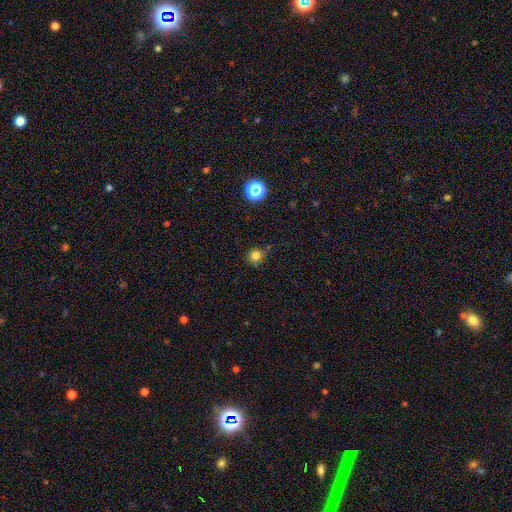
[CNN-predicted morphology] Smooth or featured?
  - smooth: 78% *
  - star or artifact: 16%
  - featured or disk: 7%
How rounded?
  - round: 84% *
  - in between: 15%
  - cigar-shaped: 1%
Merging?
  - none: 67% *
  - minor disturbance: 23%
  - major disturbance: 6%
  - merger: 3%